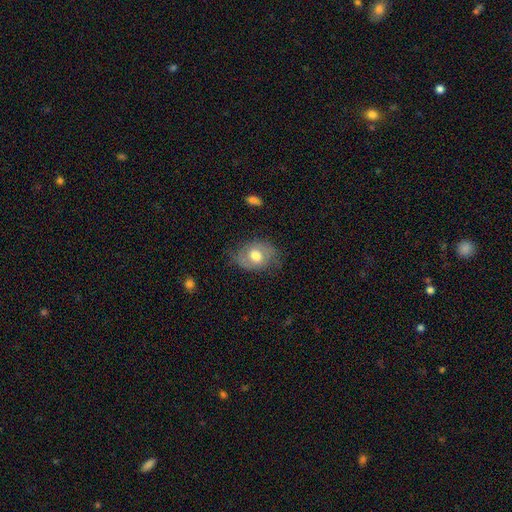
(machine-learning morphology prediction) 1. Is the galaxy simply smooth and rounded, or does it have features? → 50% smooth, 43% featured or disk, 7% star or artifact.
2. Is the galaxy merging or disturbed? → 65% none, 24% minor disturbance, 9% major disturbance, 1% merger.